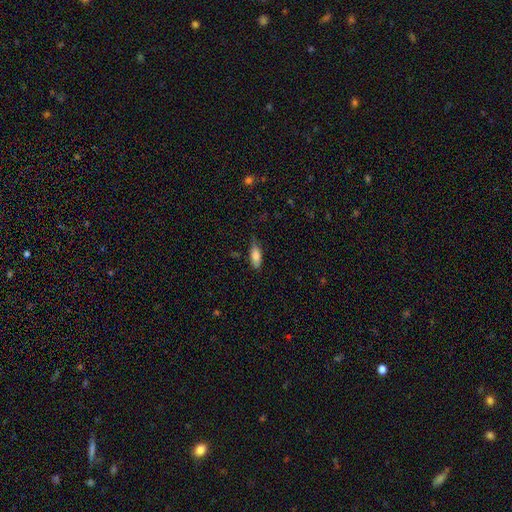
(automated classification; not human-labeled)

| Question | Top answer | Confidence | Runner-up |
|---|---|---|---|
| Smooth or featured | smooth | 81% | featured or disk (12%) |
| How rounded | in between | 75% | cigar-shaped (22%) |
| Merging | none | 68% | minor disturbance (25%) |